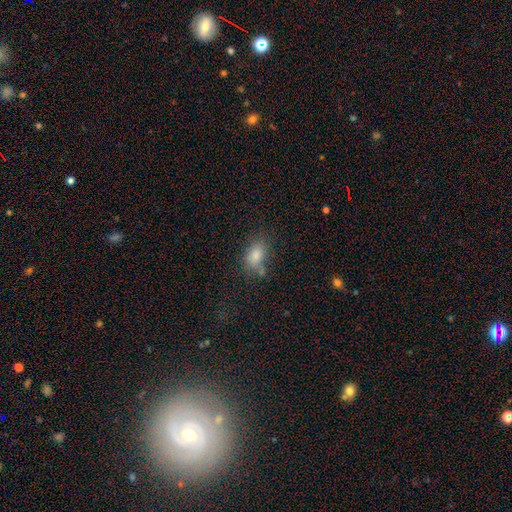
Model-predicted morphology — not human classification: The model was most divided on "merging": none: 53%, minor disturbance: 24%, merger: 11%, major disturbance: 11%. More confident: how rounded — in between (85%); smooth or featured — smooth (80%).